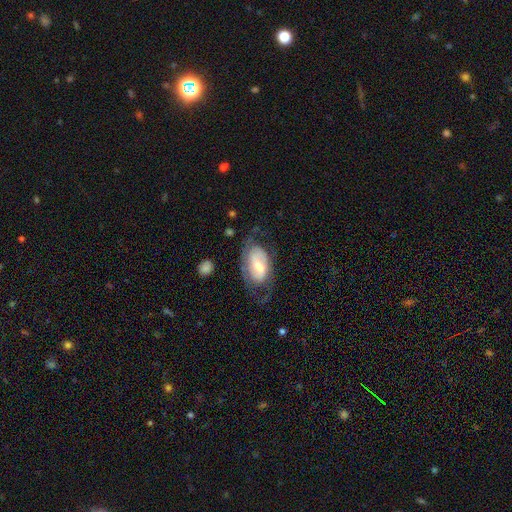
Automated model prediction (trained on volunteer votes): featured or disk 65%, smooth 29%, star or artifact 6%. Down the decision tree: edge-on disk — no (94%); bar — weak (43%); spiral arms — yes (76%); bulge size — moderate (64%); merging — none (53%).